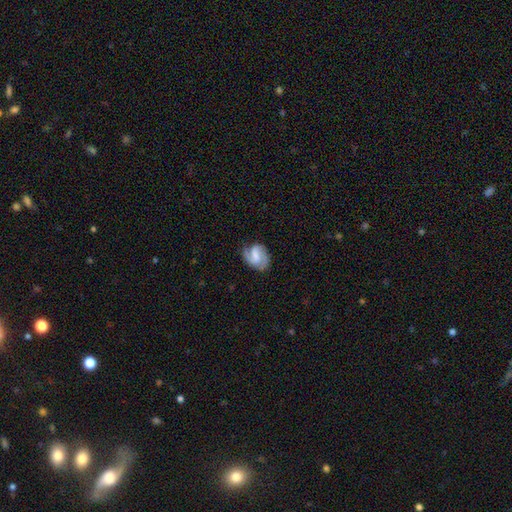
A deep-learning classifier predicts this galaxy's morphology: Overall: featured or disk (78%). Edge-on disk: no (98%). Bar: weak (51%; no 25%). Spiral arms: yes (96%). Spiral arm count: 2 (81%). Spiral winding: medium (48%; tight 35%). Bulge size: moderate (31%; none 29%). Merging: none (74%).